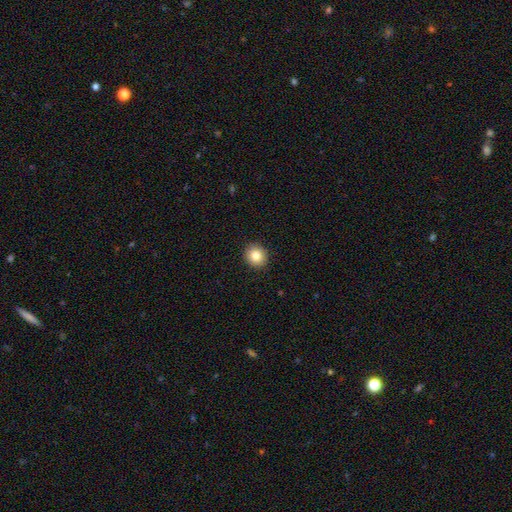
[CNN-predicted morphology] The model was most divided on "how rounded": round: 85%, in between: 14%, cigar-shaped: 1%. More confident: merging — none (92%); smooth or featured — smooth (83%).